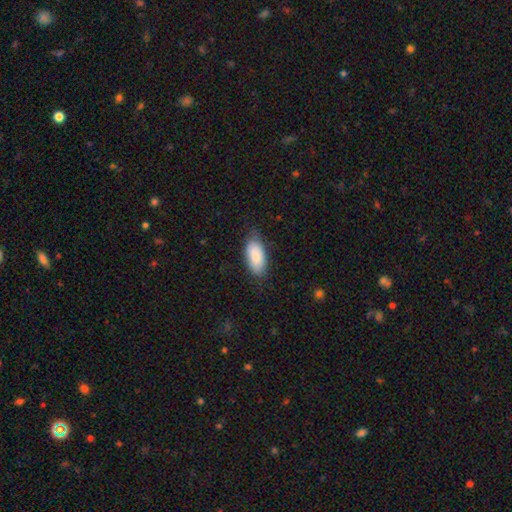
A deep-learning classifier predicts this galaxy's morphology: Smooth or featured? Predicted: smooth (p=0.86). How rounded? Predicted: in between (p=0.91). Merging? Predicted: none (p=0.76).